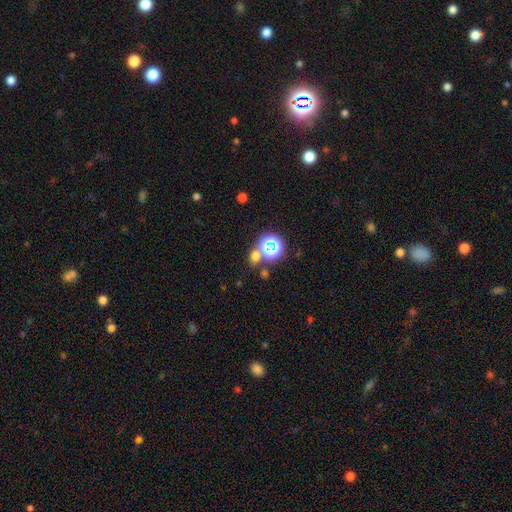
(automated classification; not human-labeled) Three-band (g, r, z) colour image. It shows a smooth galaxy with no disk features (55%) that is round (71%). Merging: none (65%).